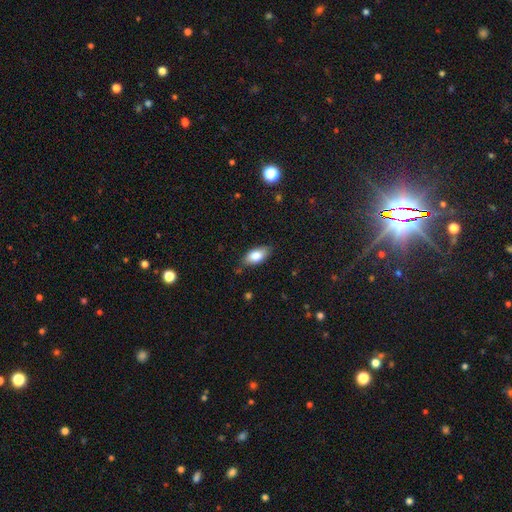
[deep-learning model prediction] Smooth or featured: smooth — 81% (featured or disk — 12%)
How rounded: in between — 90% (cigar-shaped — 6%)
Merging: none — 80% (minor disturbance — 16%)